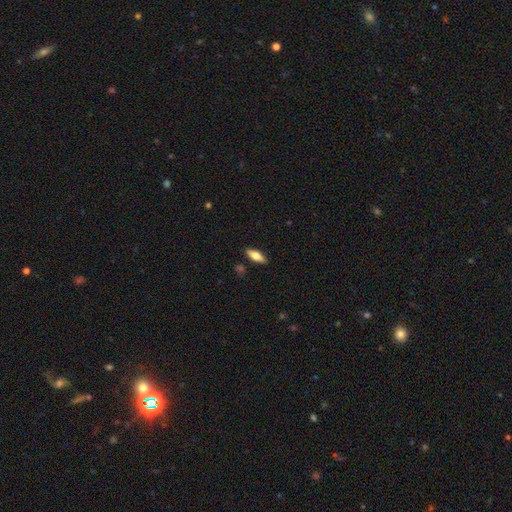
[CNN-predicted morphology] Smooth or featured? Predicted: smooth (p=0.63). How rounded? Predicted: in between (p=0.66). Merging? Predicted: none (p=0.87).